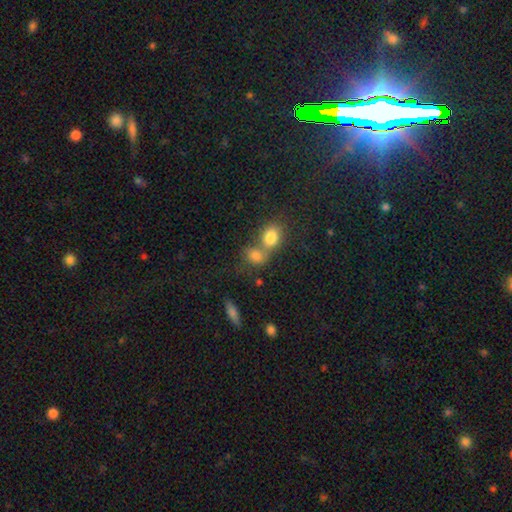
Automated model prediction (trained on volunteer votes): Smooth or featured? Predicted: smooth (p=0.78). How rounded? Predicted: in between (p=0.52). Merging? Predicted: merger (p=0.57).